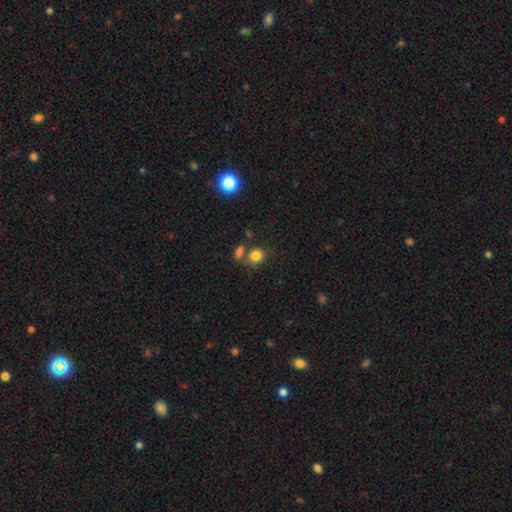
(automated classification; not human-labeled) Smooth or featured? Predicted: smooth (p=0.81). How rounded? Predicted: round (p=0.71). Merging? Predicted: none (p=0.56).